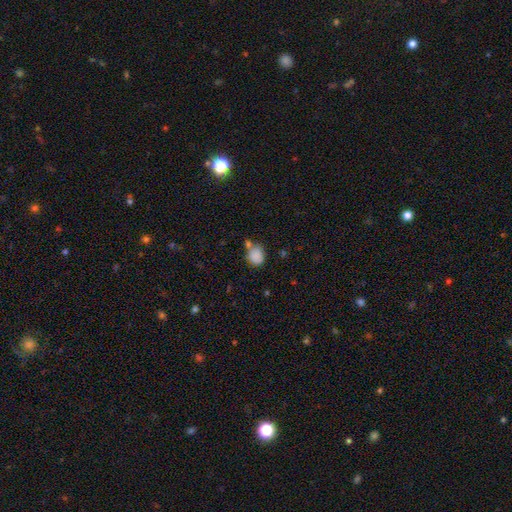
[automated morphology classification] A smooth galaxy with no disk features (85%) that is round (60%). Merging: none (55%).